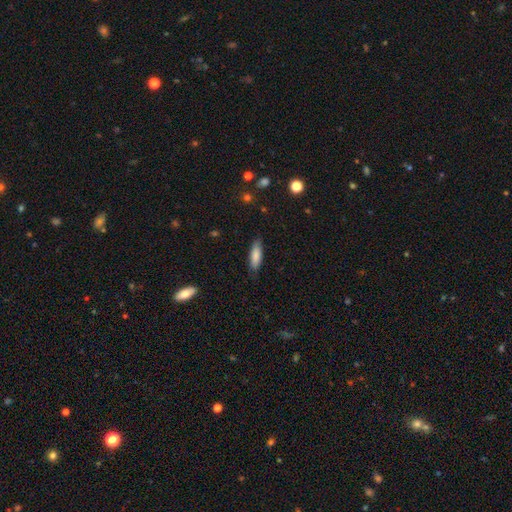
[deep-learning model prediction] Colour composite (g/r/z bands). It shows a smooth galaxy with no disk features (84%) that is cigar-shaped (52%). Merging: none (81%).